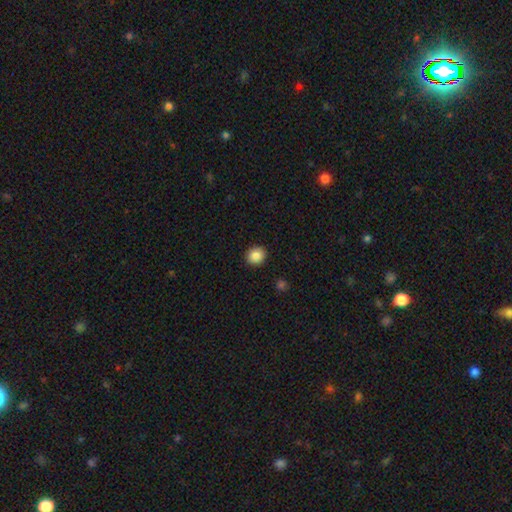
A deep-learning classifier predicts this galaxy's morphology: smooth_or_featured: smooth (p=0.86) [alt: star or artifact p=0.09]
how_rounded: round (p=0.83) [alt: in between p=0.17]
merging: none (p=0.92) [alt: minor disturbance p=0.05]